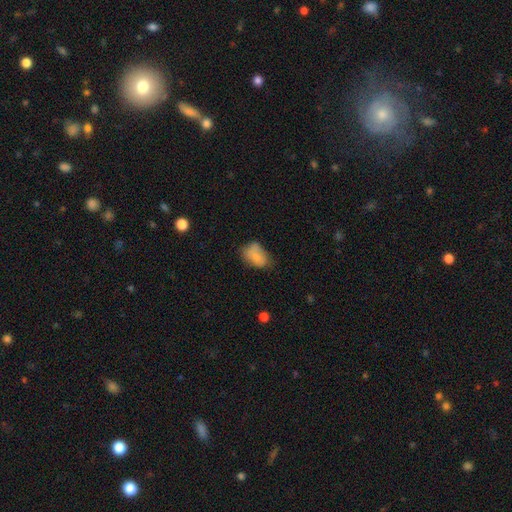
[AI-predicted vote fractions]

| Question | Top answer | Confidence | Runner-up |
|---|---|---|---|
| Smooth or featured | smooth | 78% | featured or disk (14%) |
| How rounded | in between | 84% | round (14%) |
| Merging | none | 47% | minor disturbance (33%) |